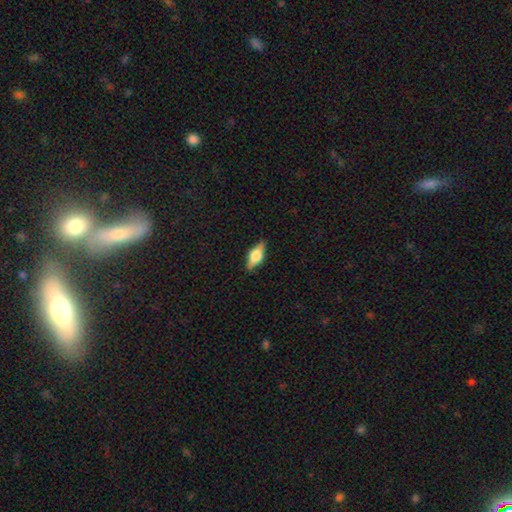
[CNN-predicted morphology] smooth_or_featured: featured or disk (p=0.53) [alt: smooth p=0.39]
disk_edge_on: yes (p=0.94) [alt: no p=0.06]
merging: none (p=0.87) [alt: minor disturbance p=0.10]